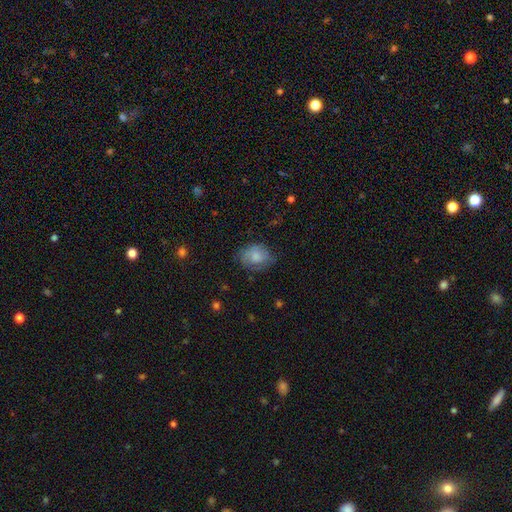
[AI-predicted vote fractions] A smooth galaxy with no disk features (73%) that is in between round and cigar-shaped (60%).

Vote fractions:
- Smooth or featured? smooth: 73% / featured or disk: 19% / star or artifact: 8%
- How rounded? in between: 60% / round: 39% / cigar-shaped: 1%
- Merging? none: 62% / minor disturbance: 27% / major disturbance: 9% / merger: 1%